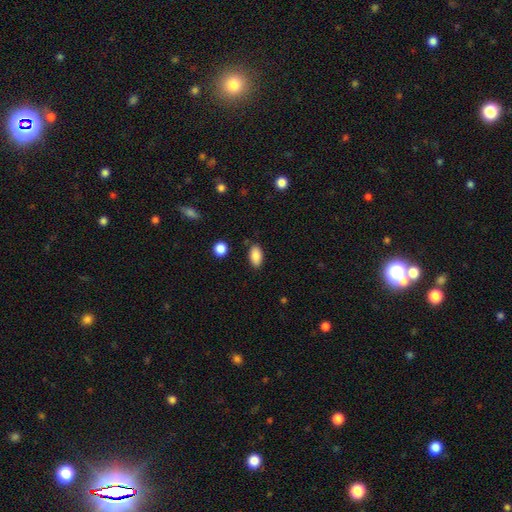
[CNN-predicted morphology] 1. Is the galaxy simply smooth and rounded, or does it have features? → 88% smooth, 8% star or artifact, 4% featured or disk.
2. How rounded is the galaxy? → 92% in between, 5% round, 3% cigar-shaped.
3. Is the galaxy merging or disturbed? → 85% none, 10% minor disturbance, 3% major disturbance, 2% merger.